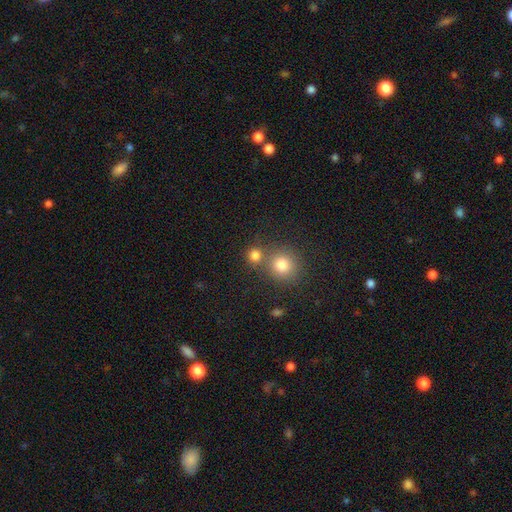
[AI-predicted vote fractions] Morphology: type=smooth (77%); roundness=round (88%); merging=none (62%).